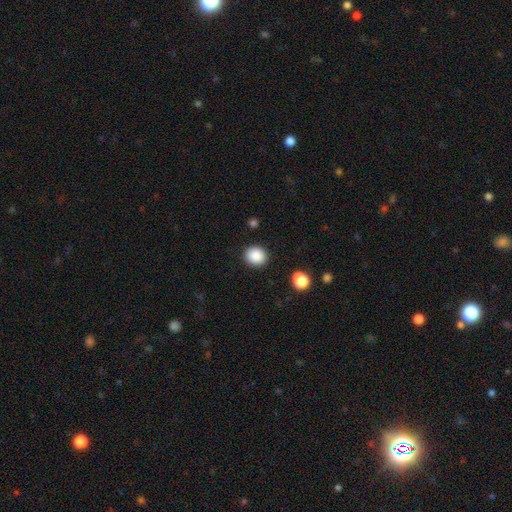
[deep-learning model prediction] Smooth or featured? smooth (88%)
How rounded? round (80%)
Merging? none (89%)